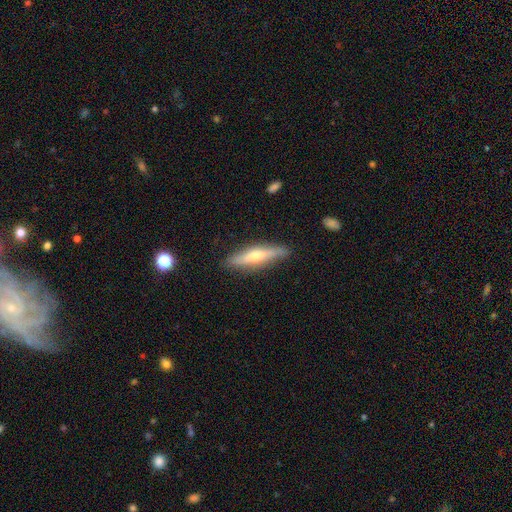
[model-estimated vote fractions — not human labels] smooth_or_featured: featured or disk (p=0.57) [alt: smooth p=0.37]
disk_edge_on: yes (p=0.90) [alt: no p=0.10]
edge_on_bulge: rounded (p=0.87) [alt: none p=0.08]
merging: none (p=0.85) [alt: minor disturbance p=0.11]